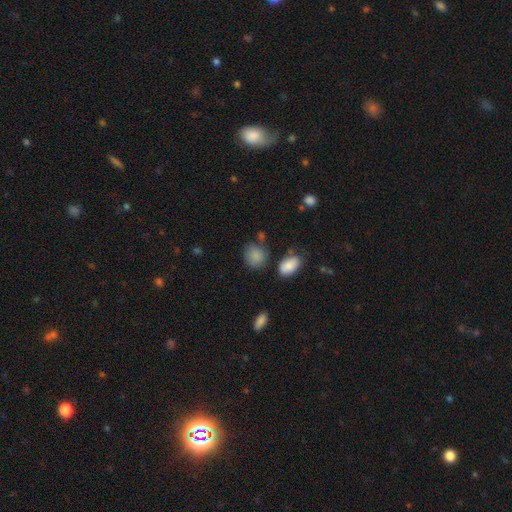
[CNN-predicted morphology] This appears to be a smooth galaxy with no disk features (85%) that is round (67%). Merging: none (66%).